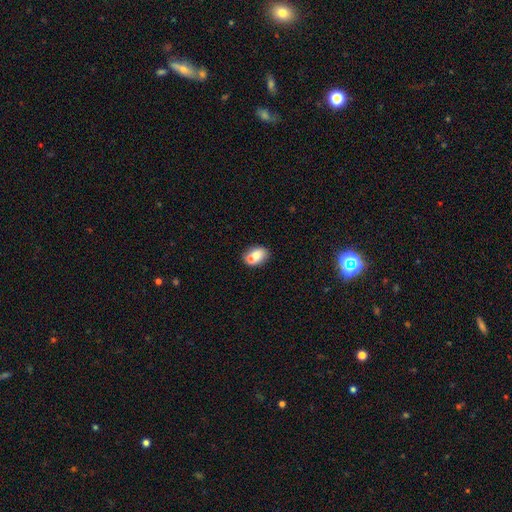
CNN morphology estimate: The model was most divided on "merging": none: 46%, merger: 38%, minor disturbance: 12%, major disturbance: 4%. More confident: how rounded — in between (74%); smooth or featured — smooth (71%).